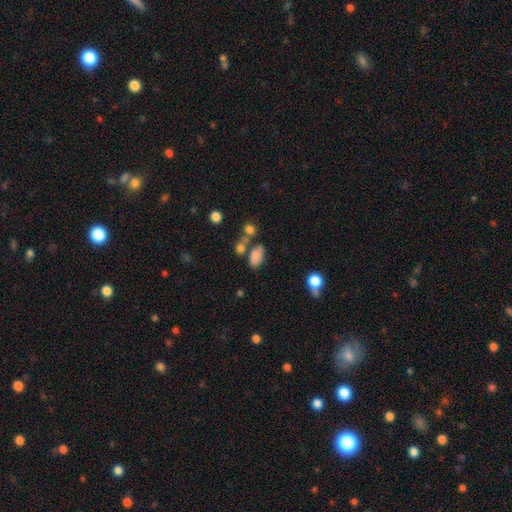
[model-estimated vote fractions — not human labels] A smooth galaxy with no disk features (79%) that is in between round and cigar-shaped (91%).

Vote fractions:
- Smooth or featured? smooth: 79% / star or artifact: 11% / featured or disk: 10%
- How rounded? in between: 91% / round: 7% / cigar-shaped: 2%
- Merging? none: 51% / merger: 23% / minor disturbance: 18% / major disturbance: 8%